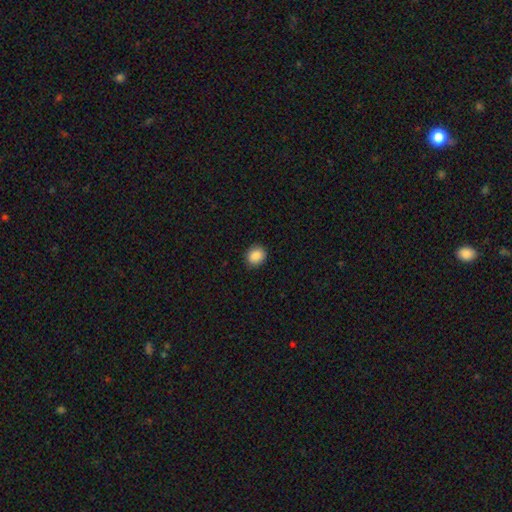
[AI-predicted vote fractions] smooth 88%, star or artifact 9%, featured or disk 3%. Down the decision tree: how rounded — round (68%); merging — none (89%).